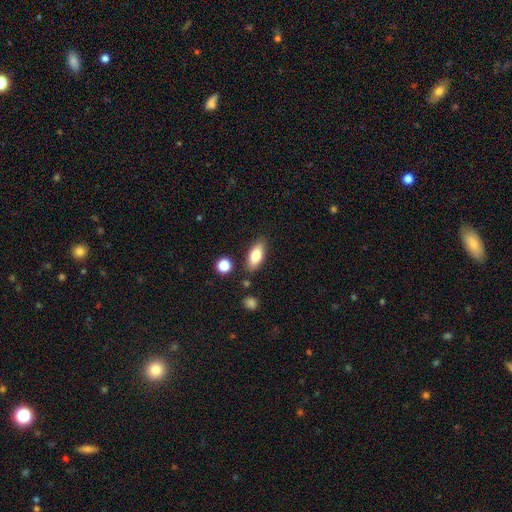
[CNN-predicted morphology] A smooth galaxy with no disk features (80%) that is in between round and cigar-shaped (83%).

Vote fractions:
- Smooth or featured? smooth: 80% / featured or disk: 13% / star or artifact: 7%
- How rounded? in between: 83% / cigar-shaped: 14% / round: 3%
- Merging? none: 83% / minor disturbance: 11% / merger: 4% / major disturbance: 3%